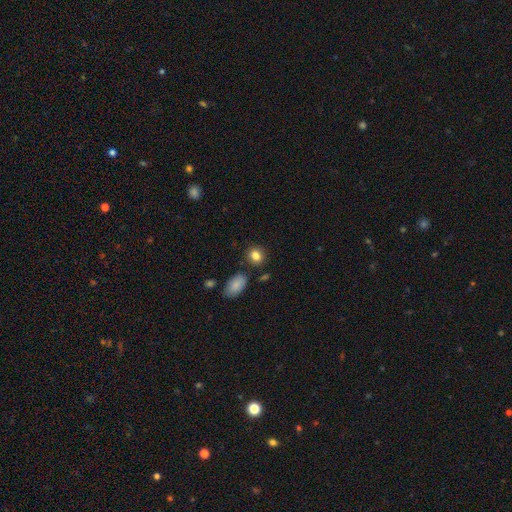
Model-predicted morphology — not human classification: smooth-or-featured: smooth: 84% | star or artifact: 10% | featured or disk: 6%
  how-rounded: round: 70% | in between: 29% | cigar-shaped: 1%
  merging: none: 84% | minor disturbance: 10% | merger: 4% | major disturbance: 3%